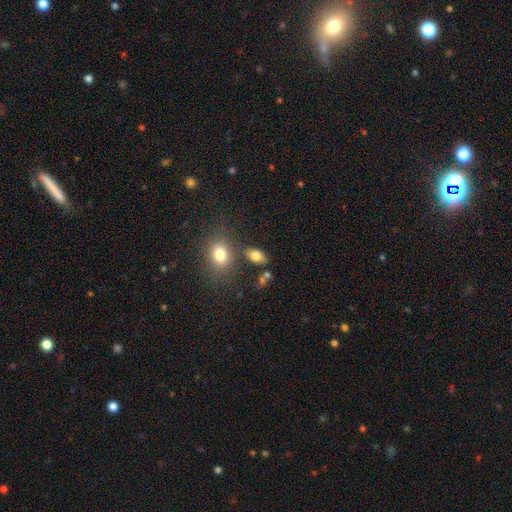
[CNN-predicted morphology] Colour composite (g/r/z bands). It shows a smooth galaxy with no disk features (79%) that is in between round and cigar-shaped (87%). Merging: none (72%).